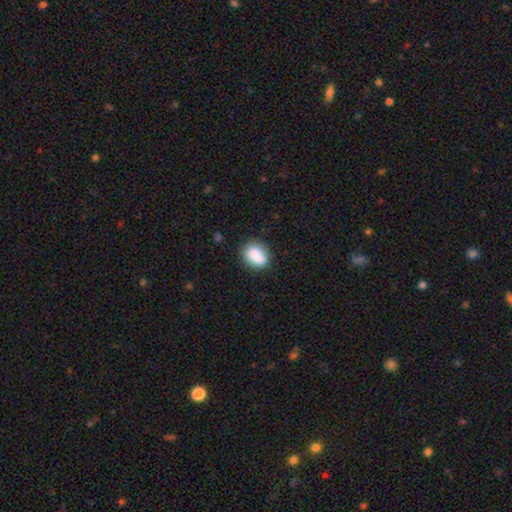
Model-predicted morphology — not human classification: A smooth galaxy with no disk features (85%) that is in between round and cigar-shaped (60%).

Vote fractions:
- Smooth or featured? smooth: 85% / star or artifact: 8% / featured or disk: 7%
- How rounded? in between: 60% / round: 39% / cigar-shaped: 1%
- Merging? none: 73% / minor disturbance: 18% / merger: 5% / major disturbance: 5%